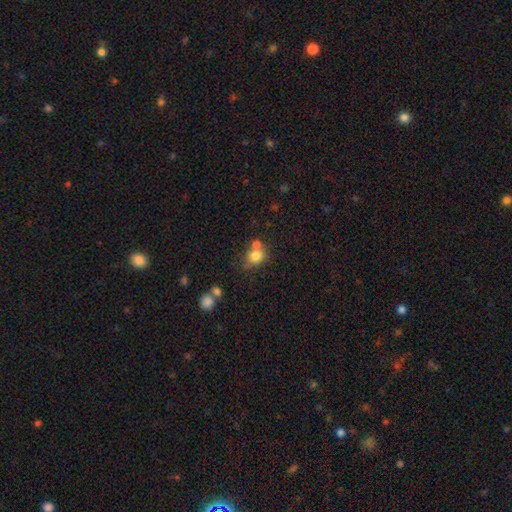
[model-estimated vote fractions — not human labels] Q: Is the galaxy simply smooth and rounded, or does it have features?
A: smooth — 79%.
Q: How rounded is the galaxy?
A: round — 64%.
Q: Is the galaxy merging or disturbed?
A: none — 47%.